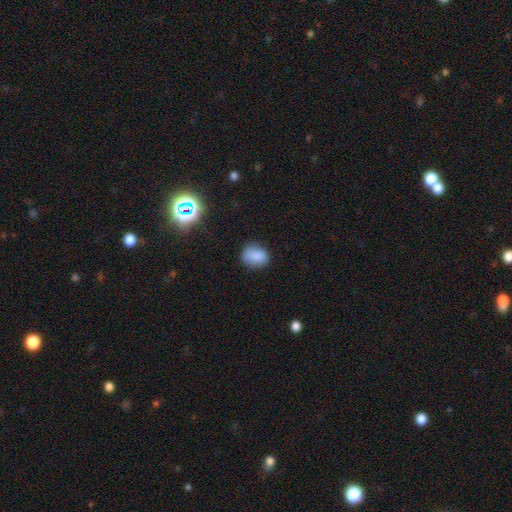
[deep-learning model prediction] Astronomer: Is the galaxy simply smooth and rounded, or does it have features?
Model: smooth — 83%.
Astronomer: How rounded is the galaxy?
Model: in between — 54% (runner-up: round, 44%).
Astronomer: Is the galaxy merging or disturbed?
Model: none — 71%.